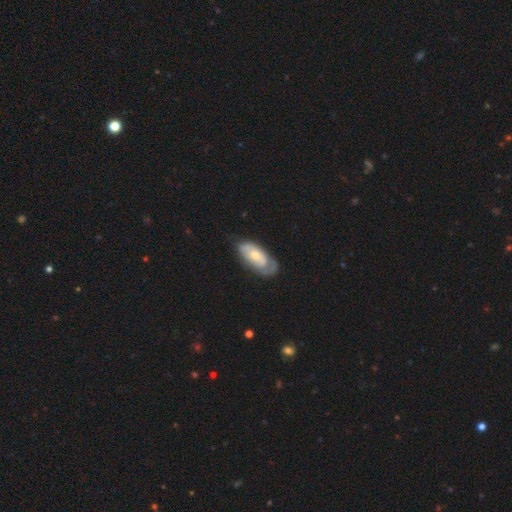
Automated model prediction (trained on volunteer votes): smooth_or_featured: featured or disk (p=0.57) [alt: smooth p=0.38]
disk_edge_on: no (p=0.91) [alt: yes p=0.09]
bar: no (p=0.77) [alt: weak p=0.19]
has_spiral_arms: yes (p=0.66) [alt: no p=0.34]
bulge_size: moderate (p=0.48) [alt: small p=0.42]
merging: none (p=0.59) [alt: minor disturbance p=0.27]